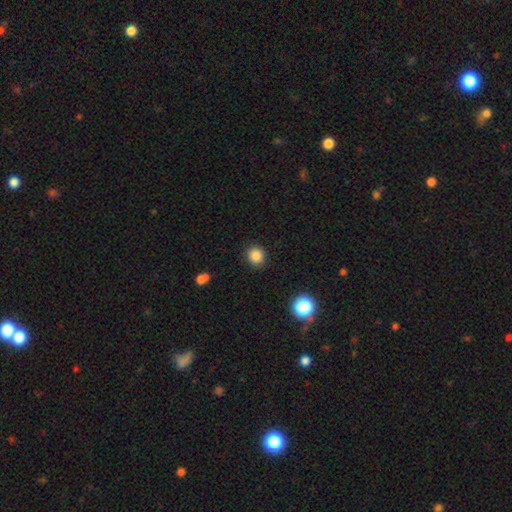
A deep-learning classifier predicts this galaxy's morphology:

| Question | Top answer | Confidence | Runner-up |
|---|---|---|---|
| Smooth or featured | smooth | 85% | star or artifact (11%) |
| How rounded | round | 87% | in between (12%) |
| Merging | none | 91% | minor disturbance (6%) |